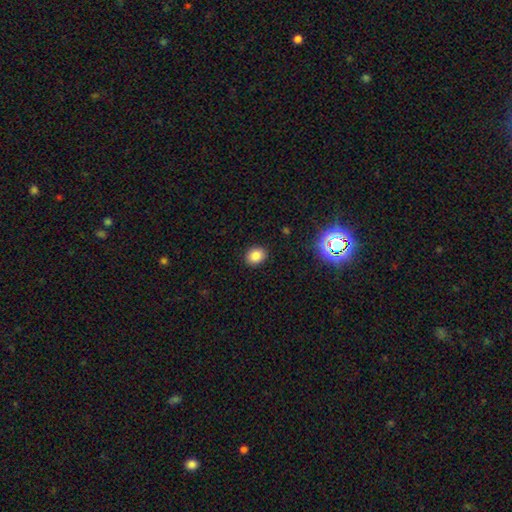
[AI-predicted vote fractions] This appears to be a smooth galaxy with no disk features (83%) that is round (53%). Merging: none (90%).